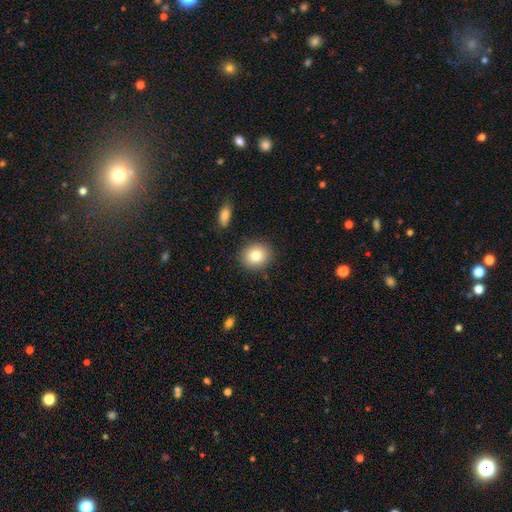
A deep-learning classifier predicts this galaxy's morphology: This is likely a smooth galaxy (80%). How rounded: likely round (78%). Merging: clearly none (88%).